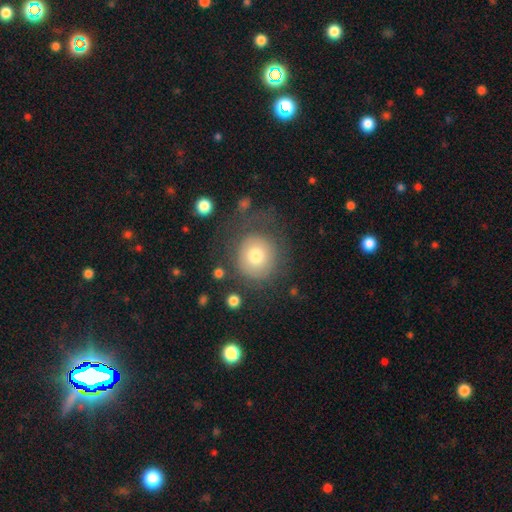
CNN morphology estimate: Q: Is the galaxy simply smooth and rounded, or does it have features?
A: smooth — 71%.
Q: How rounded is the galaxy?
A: round — 90%.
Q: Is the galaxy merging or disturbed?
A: none — 61%.